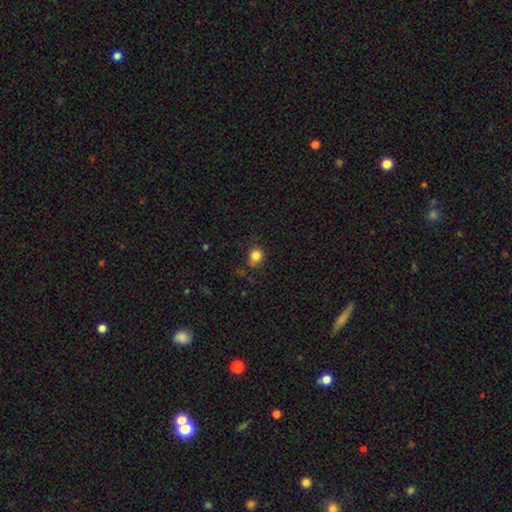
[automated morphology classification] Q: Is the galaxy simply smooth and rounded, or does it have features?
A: smooth — 83%.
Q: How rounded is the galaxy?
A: round — 85%.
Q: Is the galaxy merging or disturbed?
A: none — 73%.